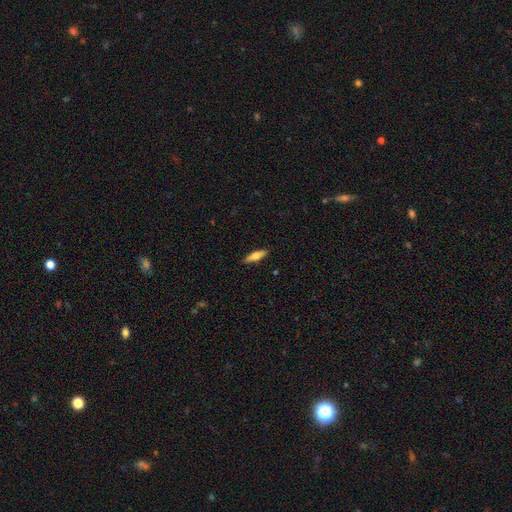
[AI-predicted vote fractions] Morphology: type=smooth (60%); roundness=cigar-shaped (63%); merging=none (89%).